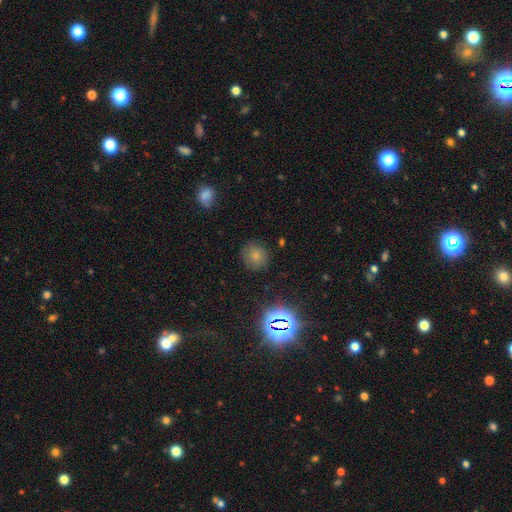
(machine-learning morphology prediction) Smooth or featured? smooth (72%)
How rounded? round (88%)
Merging? none (83%)